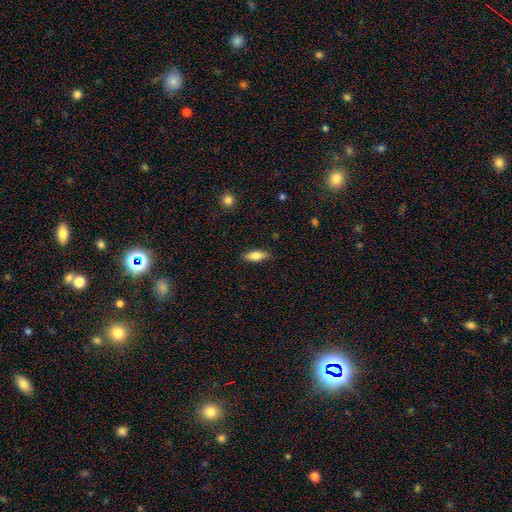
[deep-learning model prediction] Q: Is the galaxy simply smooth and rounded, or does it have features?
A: smooth — 77%.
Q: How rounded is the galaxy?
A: in between — 64%.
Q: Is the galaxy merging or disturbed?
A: none — 87%.